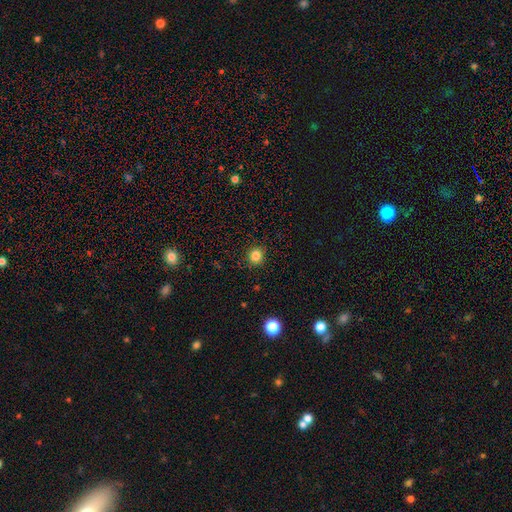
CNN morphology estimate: A smooth galaxy with no disk features (83%) that is round (90%). Merging: none (91%).